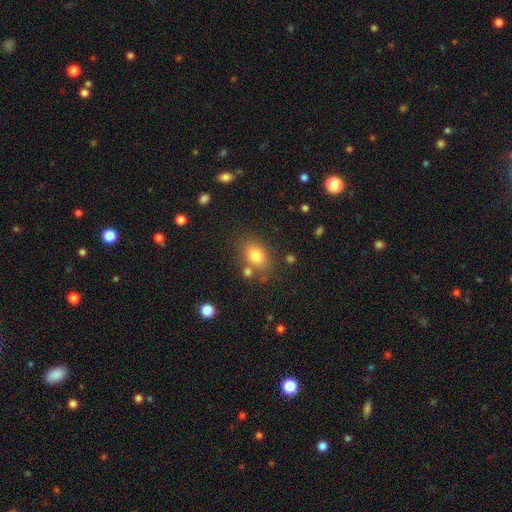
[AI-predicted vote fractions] A smooth galaxy with no disk features (79%) that is in between round and cigar-shaped (71%).

Vote fractions:
- Smooth or featured? smooth: 79% / star or artifact: 11% / featured or disk: 10%
- How rounded? in between: 71% / round: 28% / cigar-shaped: 1%
- Merging? none: 71% / minor disturbance: 13% / merger: 11% / major disturbance: 4%